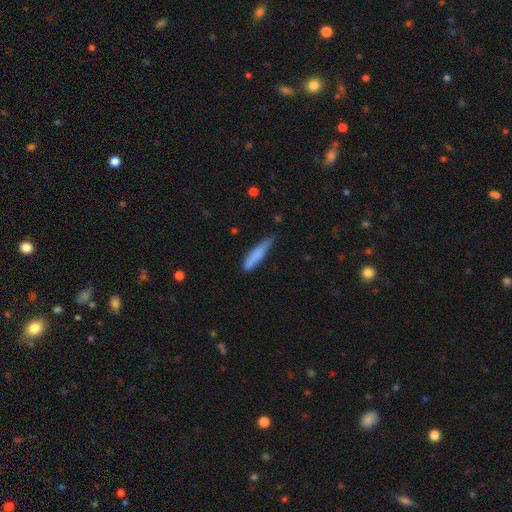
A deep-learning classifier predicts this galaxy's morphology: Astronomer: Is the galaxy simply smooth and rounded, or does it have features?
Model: smooth — 80%.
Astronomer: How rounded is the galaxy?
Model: cigar-shaped — 85%.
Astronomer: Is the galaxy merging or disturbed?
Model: none — 58%.